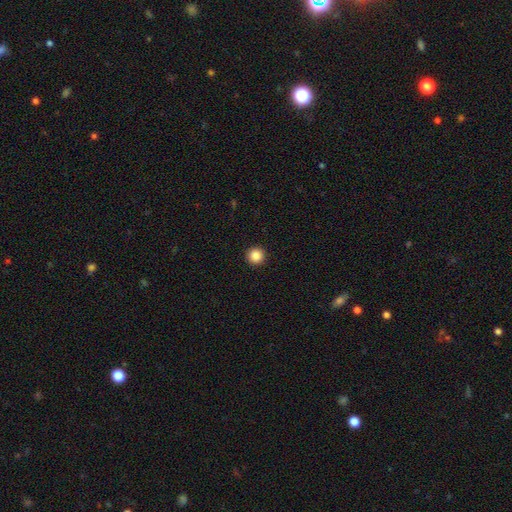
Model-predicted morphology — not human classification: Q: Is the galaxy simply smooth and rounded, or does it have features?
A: smooth — 87%.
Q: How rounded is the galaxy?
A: round — 96%.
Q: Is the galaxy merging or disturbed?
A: none — 94%.